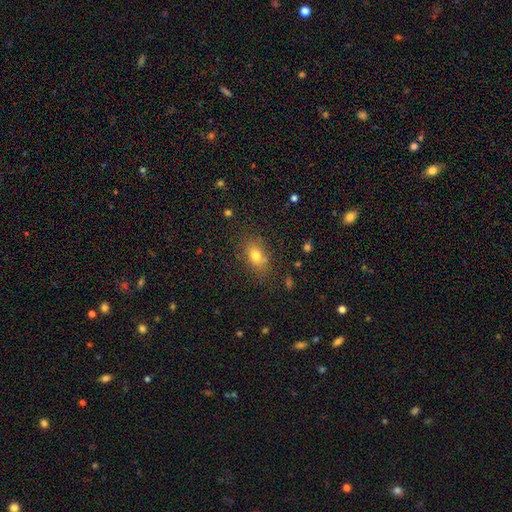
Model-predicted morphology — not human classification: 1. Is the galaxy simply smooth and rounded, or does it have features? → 76% smooth, 12% featured or disk, 12% star or artifact.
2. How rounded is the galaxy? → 75% in between, 22% round, 3% cigar-shaped.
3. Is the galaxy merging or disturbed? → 74% none, 17% minor disturbance, 5% major disturbance, 4% merger.